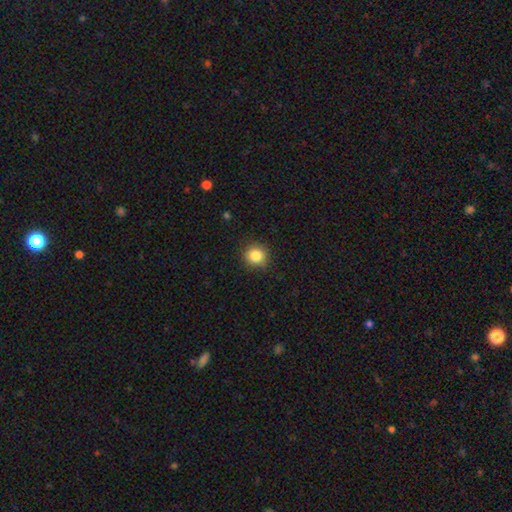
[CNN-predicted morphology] The model was most divided on "smooth or featured": smooth: 84%, star or artifact: 11%, featured or disk: 5%. More confident: how rounded — round (92%); merging — none (90%).